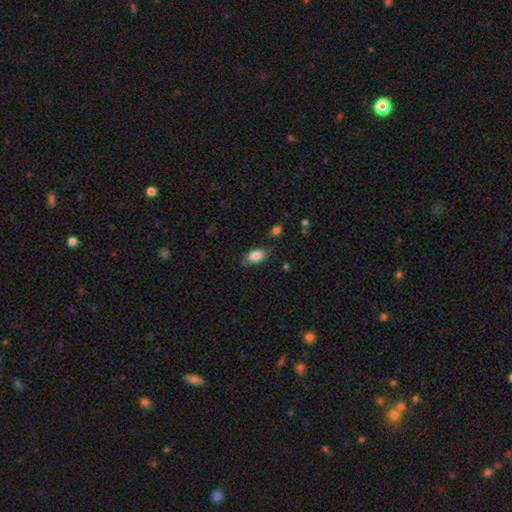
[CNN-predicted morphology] smooth 83%, featured or disk 10%, star or artifact 8%. Down the decision tree: how rounded — in between (87%); merging — none (73%).